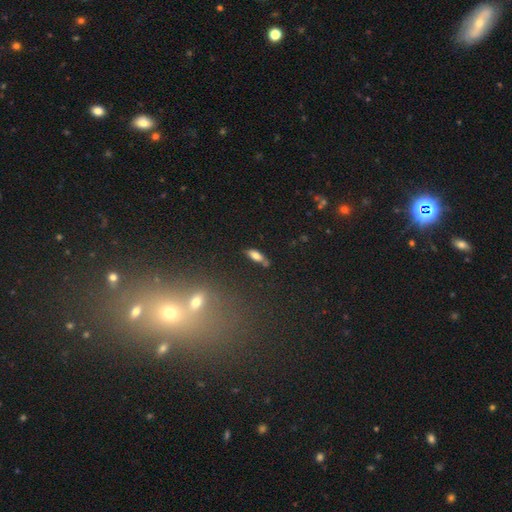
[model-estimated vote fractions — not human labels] A smooth galaxy with no disk features (71%) that is in between round and cigar-shaped (68%). Merging: none (74%).